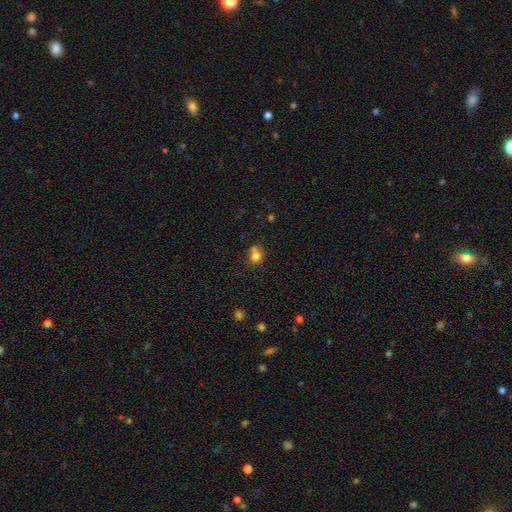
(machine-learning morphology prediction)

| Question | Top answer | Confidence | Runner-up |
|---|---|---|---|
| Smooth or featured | smooth | 77% | star or artifact (13%) |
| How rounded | round | 65% | in between (34%) |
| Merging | none | 42% | merger (32%) |